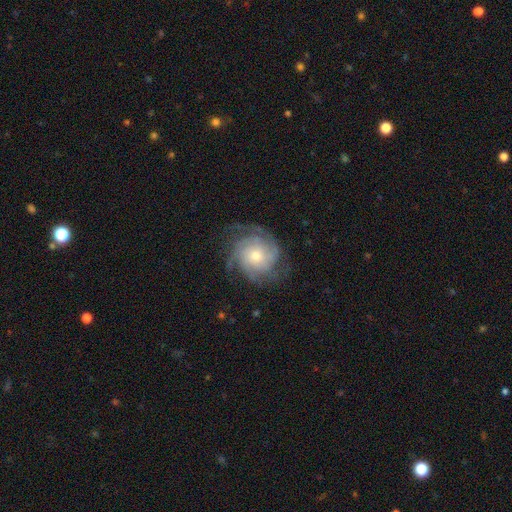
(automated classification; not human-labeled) smooth-or-featured: featured or disk: 82% | smooth: 11% | star or artifact: 7%
  disk-edge-on: no: 97% | yes: 3%
    bar: no: 78% | weak: 18% | strong: 3%
    has-spiral-arms: yes: 96% | no: 4%
      spiral-winding: tight: 62% | medium: 30% | loose: 8%
      spiral-arm-count: can't tell: 27% | 3: 24% | 4: 23% | 2: 11% | more than 4: 8% | 1: 7%
    bulge-size: moderate: 55% | small: 37% | large: 6% | none: 1% | dominant: 1%
  merging: none: 75% | minor disturbance: 16% | major disturbance: 8% | merger: 1%